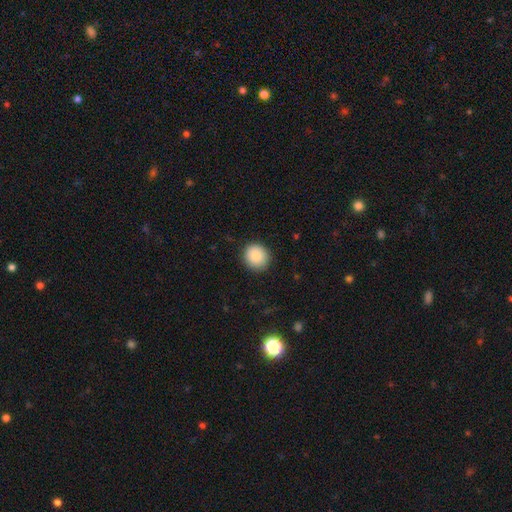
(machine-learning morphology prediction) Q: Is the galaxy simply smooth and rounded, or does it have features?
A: smooth — 88%.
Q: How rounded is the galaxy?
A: round — 88%.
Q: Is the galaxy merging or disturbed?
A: none — 90%.